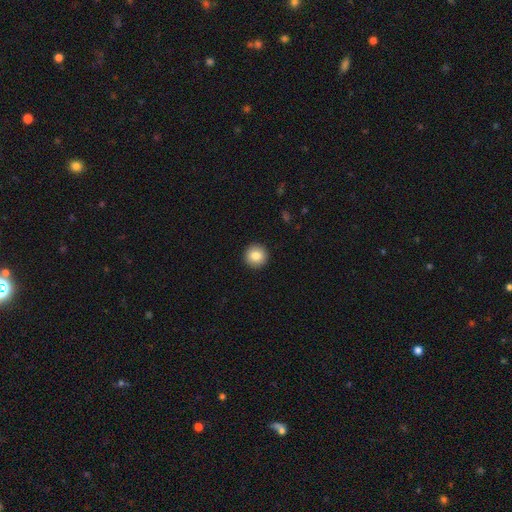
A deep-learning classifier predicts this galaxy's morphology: A smooth galaxy with no disk features (85%) that is round (96%). Merging: none (94%).